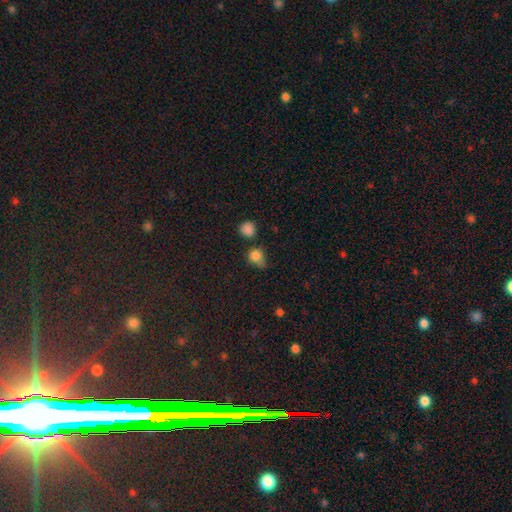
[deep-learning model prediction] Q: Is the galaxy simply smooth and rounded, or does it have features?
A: smooth — 80%.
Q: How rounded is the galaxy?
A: round — 76%.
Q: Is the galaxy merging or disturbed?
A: none — 47%.